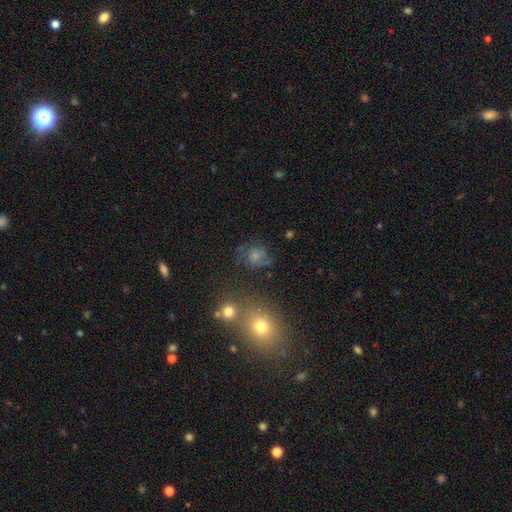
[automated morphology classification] A smooth galaxy with no disk features (46%).

Vote fractions:
- Smooth or featured? smooth: 46% / featured or disk: 36% / star or artifact: 18%
- Merging? none: 60% / minor disturbance: 20% / major disturbance: 14% / merger: 6%